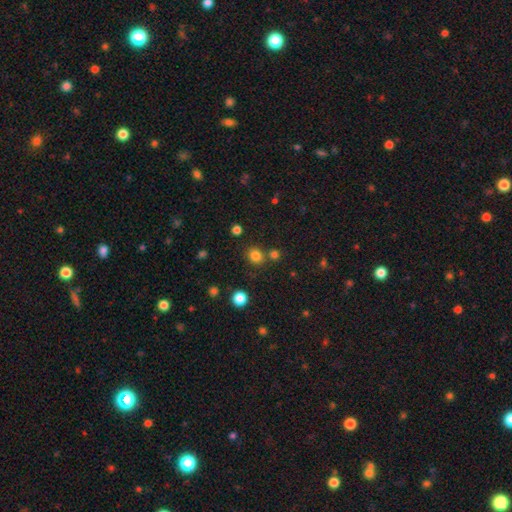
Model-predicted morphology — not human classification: The model was most divided on "how rounded": round: 81%, in between: 19%, cigar-shaped: 1%. More confident: smooth or featured — smooth (80%); merging — none (76%).